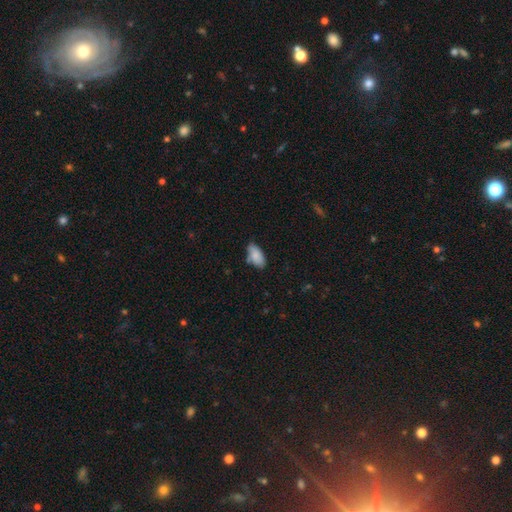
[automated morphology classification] This is clearly a smooth galaxy (84%). How rounded: clearly in between (93%). Merging: likely none (66%).